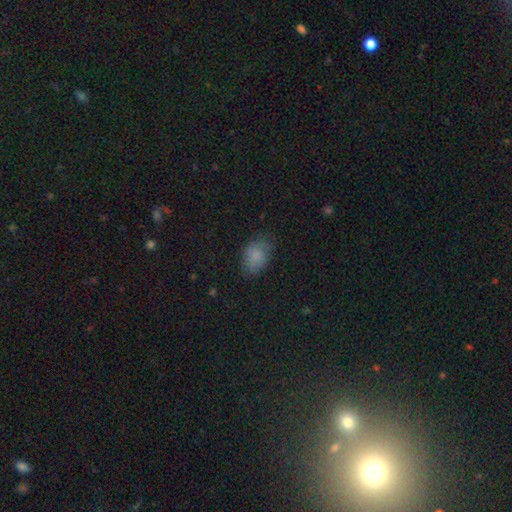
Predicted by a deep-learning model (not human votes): Q: Smooth or featured?
A: smooth (83%); runner-up: star or artifact (10%)
Q: How rounded?
A: in between (82%); runner-up: round (17%)
Q: Merging?
A: none (71%); runner-up: minor disturbance (21%)